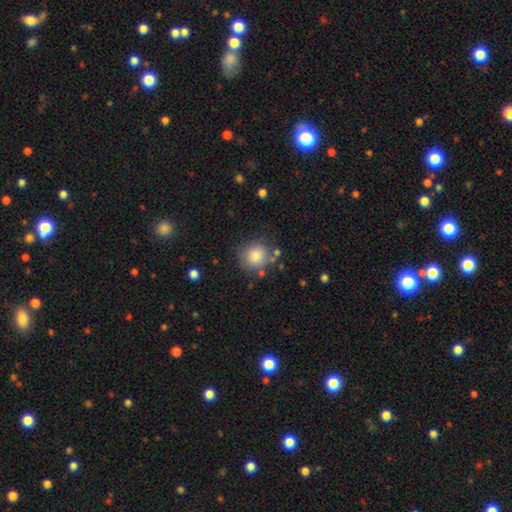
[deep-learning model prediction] A smooth galaxy with no disk features (83%) that is round (85%).

Vote fractions:
- Smooth or featured? smooth: 83% / star or artifact: 9% / featured or disk: 7%
- How rounded? round: 85% / in between: 14% / cigar-shaped: 1%
- Merging? none: 74% / minor disturbance: 15% / merger: 6% / major disturbance: 5%